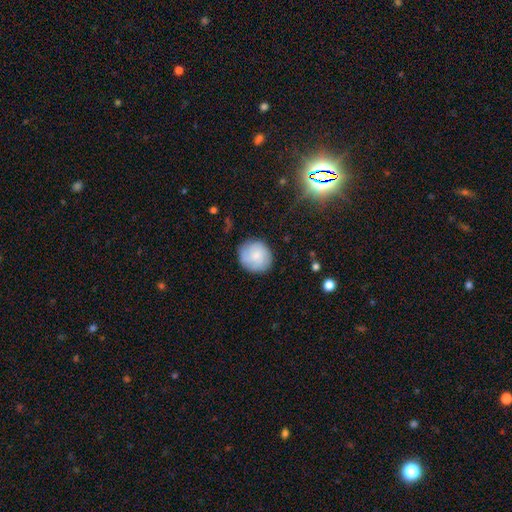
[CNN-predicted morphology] smooth_or_featured: smooth (p=0.57) [alt: featured or disk p=0.36]
how_rounded: round (p=0.90) [alt: in between p=0.09]
merging: none (p=0.84) [alt: minor disturbance p=0.12]